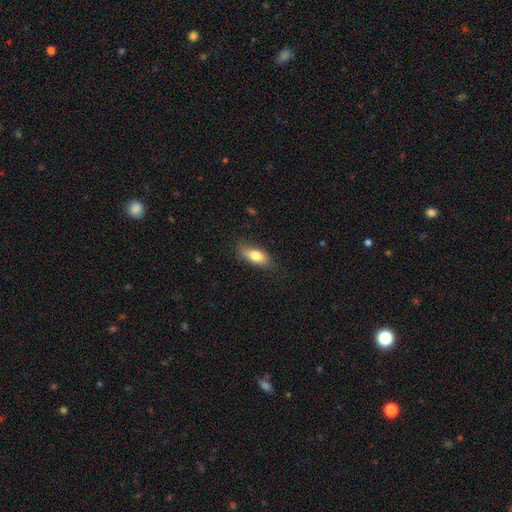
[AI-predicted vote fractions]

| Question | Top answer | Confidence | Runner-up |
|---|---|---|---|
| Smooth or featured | smooth | 78% | featured or disk (14%) |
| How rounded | in between | 80% | cigar-shaped (17%) |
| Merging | none | 74% | minor disturbance (20%) |